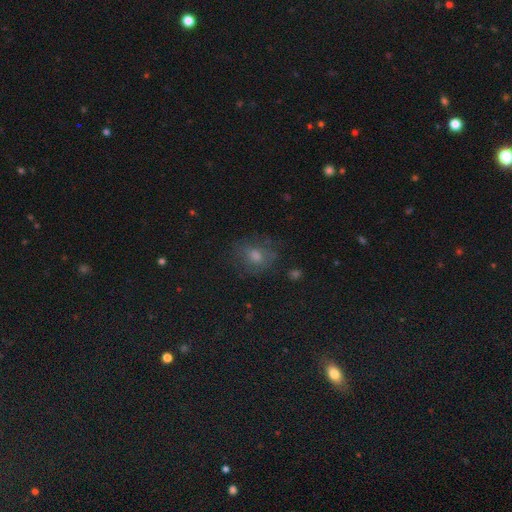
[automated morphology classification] Smooth or featured? Predicted: smooth (p=0.52). How rounded? Predicted: round (p=0.59). Merging? Predicted: none (p=0.70).